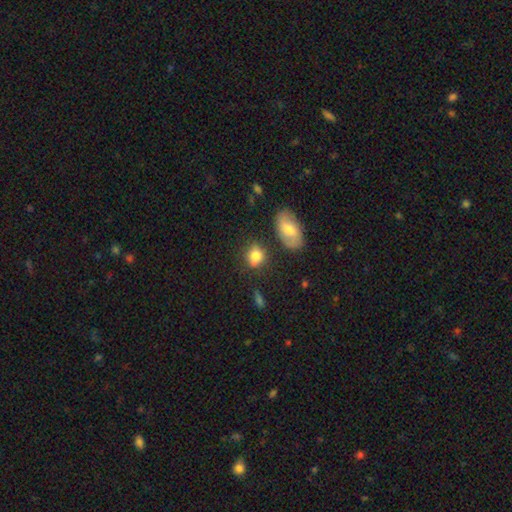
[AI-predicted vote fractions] A smooth galaxy with no disk features (78%) that is round (60%). Merging: none (64%).